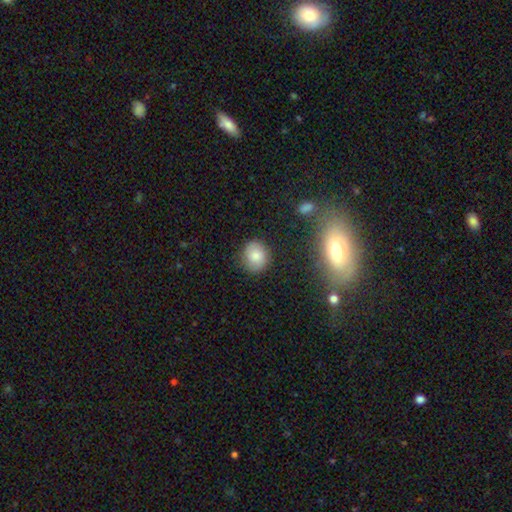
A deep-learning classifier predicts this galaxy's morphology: The model was most divided on "how rounded": round: 76%, in between: 23%, cigar-shaped: 1%. More confident: merging — none (85%); smooth or featured — smooth (81%).